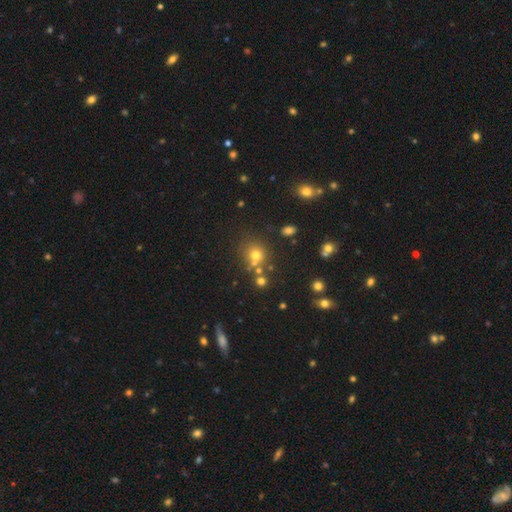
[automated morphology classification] Smooth or featured: smooth — 66% (star or artifact — 23%)
How rounded: round — 84% (in between — 15%)
Merging: none — 65% (merger — 20%)